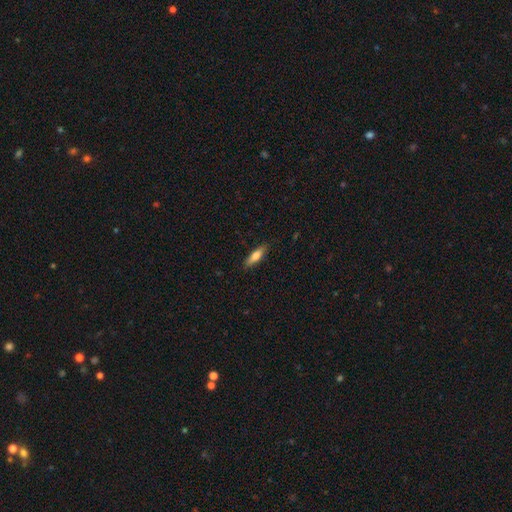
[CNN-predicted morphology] Smooth or featured? smooth (72%)
How rounded? cigar-shaped (60%)
Merging? none (87%)